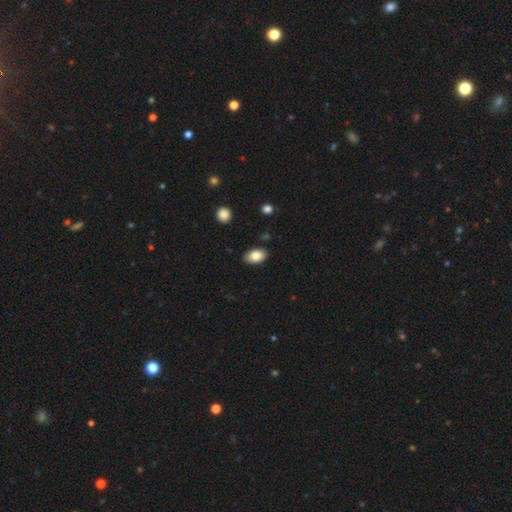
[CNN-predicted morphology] This appears to be a smooth galaxy with no disk features (83%) that is in between round and cigar-shaped (91%). Merging: none (88%).